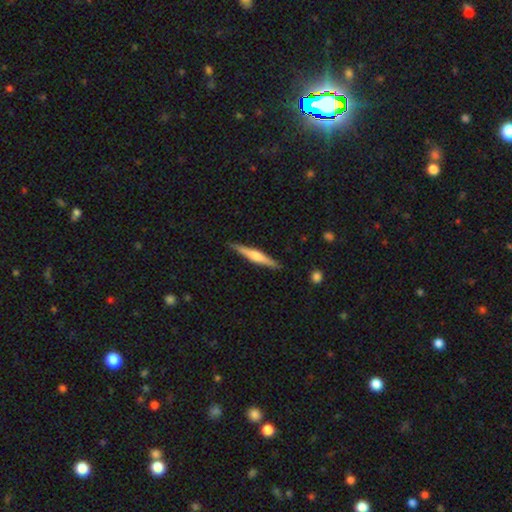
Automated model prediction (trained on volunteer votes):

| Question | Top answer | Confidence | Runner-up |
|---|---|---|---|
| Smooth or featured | featured or disk | 58% | smooth (37%) |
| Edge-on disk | yes | 97% | no (3%) |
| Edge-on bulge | rounded | 68% | boxy (19%) |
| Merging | none | 89% | minor disturbance (8%) |